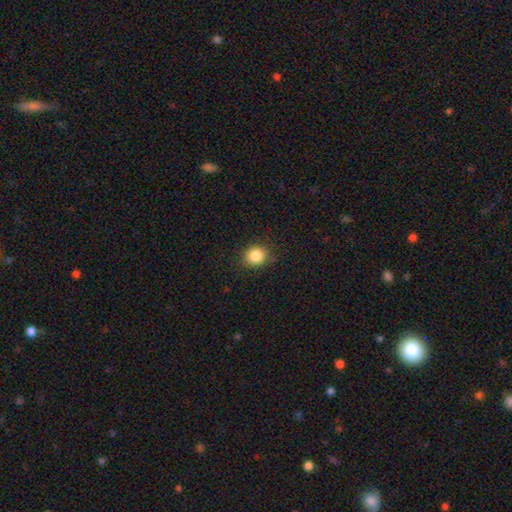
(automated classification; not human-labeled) Morphology: type=smooth (85%); roundness=round (82%); merging=none (85%).